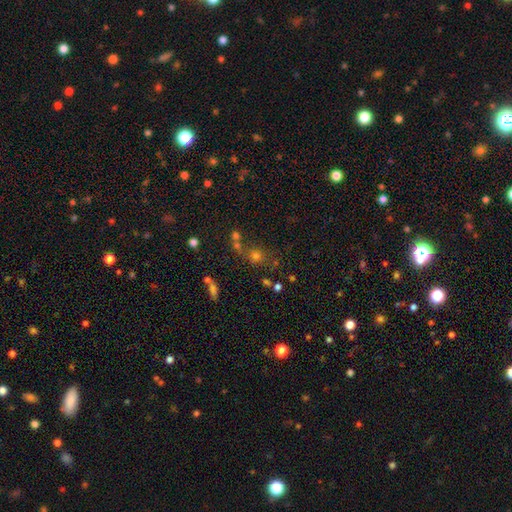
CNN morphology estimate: Smooth or featured?
  - smooth: 55% *
  - star or artifact: 33%
  - featured or disk: 12%
How rounded?
  - round: 81% *
  - in between: 17%
  - cigar-shaped: 2%
Merging?
  - none: 61% *
  - merger: 22%
  - minor disturbance: 11%
  - major disturbance: 6%